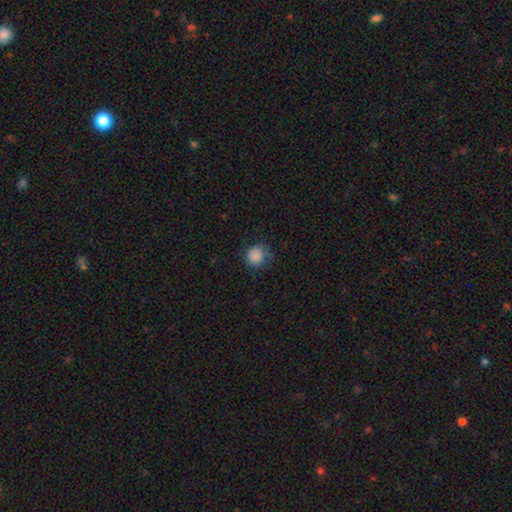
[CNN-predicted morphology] Q: Smooth or featured?
A: smooth (85%); runner-up: star or artifact (10%)
Q: How rounded?
A: round (88%); runner-up: in between (11%)
Q: Merging?
A: none (72%); runner-up: minor disturbance (20%)